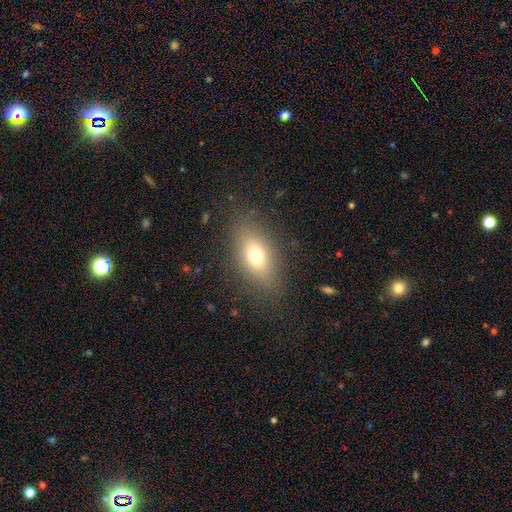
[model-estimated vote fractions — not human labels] This is likely a smooth galaxy (71%). How rounded: clearly in between (81%). Merging: clearly none (82%).